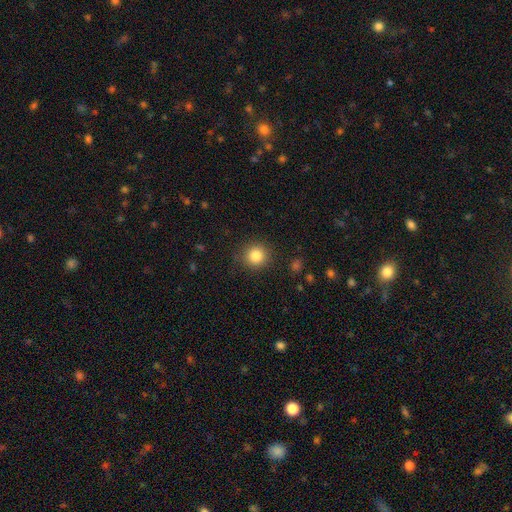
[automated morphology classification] Smooth or featured: smooth — 84% (star or artifact — 11%)
How rounded: round — 91% (in between — 8%)
Merging: none — 88% (minor disturbance — 8%)